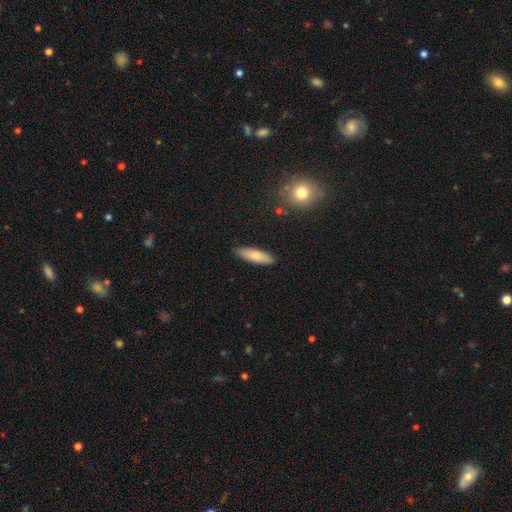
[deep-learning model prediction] Q: Smooth or featured?
A: smooth (78%); runner-up: featured or disk (16%)
Q: How rounded?
A: cigar-shaped (56%); runner-up: in between (42%)
Q: Merging?
A: none (87%); runner-up: minor disturbance (9%)